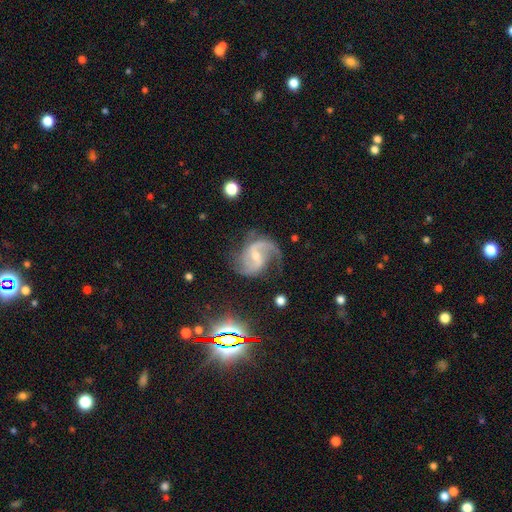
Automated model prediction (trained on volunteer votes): featured or disk 90%, star or artifact 6%, smooth 4%. Down the decision tree: edge-on disk — no (98%); bar — weak (52%); spiral arms — yes (98%); spiral arm count — 2 (86%); spiral winding — medium (49%); bulge size — small (55%); merging — none (66%).